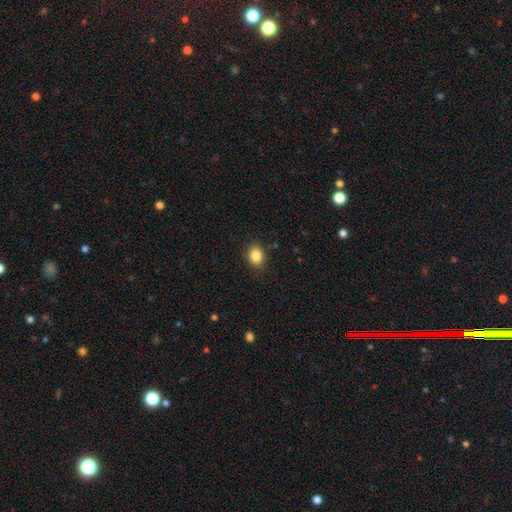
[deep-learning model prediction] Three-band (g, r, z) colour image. It shows a smooth galaxy with no disk features (86%) that is in between round and cigar-shaped (63%). Merging: none (87%).